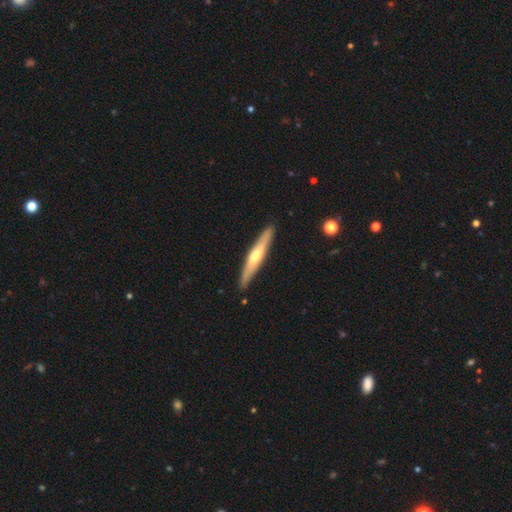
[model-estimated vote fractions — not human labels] Q: Smooth or featured?
A: featured or disk (58%); runner-up: smooth (37%)
Q: Edge-on disk?
A: yes (94%); runner-up: no (6%)
Q: Edge-on bulge?
A: rounded (77%); runner-up: none (15%)
Q: Merging?
A: none (89%); runner-up: minor disturbance (8%)